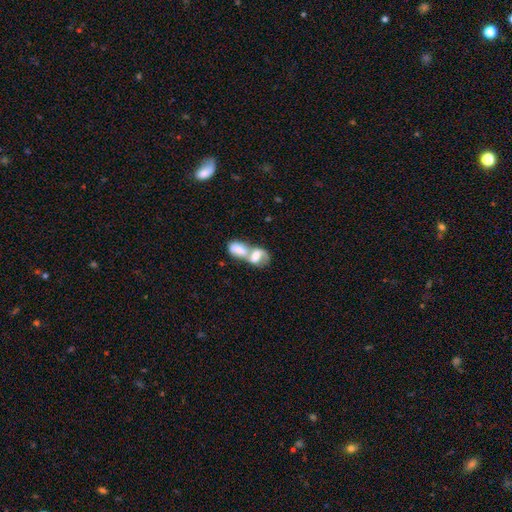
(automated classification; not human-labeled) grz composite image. It shows a smooth galaxy with no disk features (53%) that is in between round and cigar-shaped (82%). Merging: merger (84%).